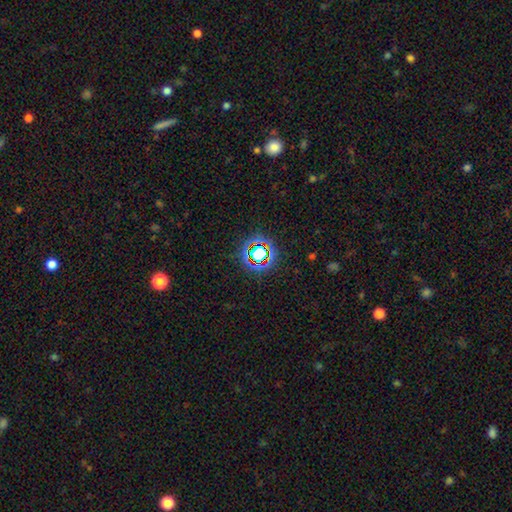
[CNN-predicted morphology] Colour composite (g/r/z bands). It shows a star or artifact, not a galaxy (67%).